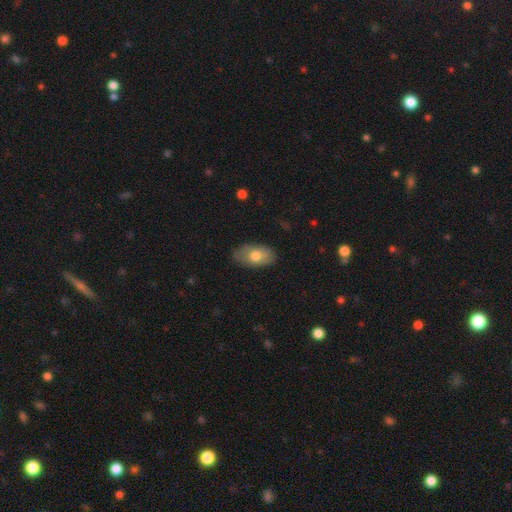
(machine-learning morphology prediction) smooth-or-featured: smooth: 73% | featured or disk: 21% | star or artifact: 6%
  how-rounded: in between: 92% | round: 6% | cigar-shaped: 2%
  merging: none: 81% | minor disturbance: 15% | major disturbance: 3% | merger: 1%